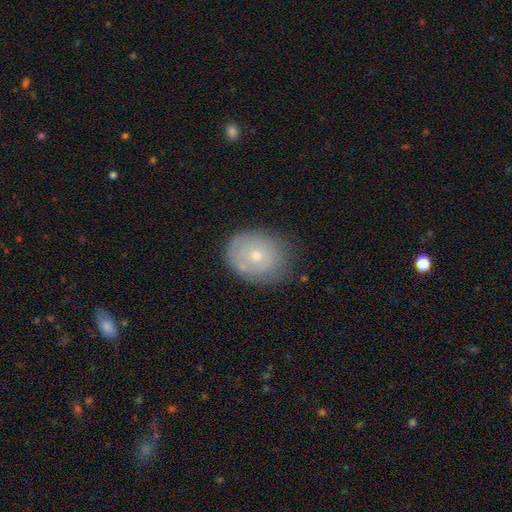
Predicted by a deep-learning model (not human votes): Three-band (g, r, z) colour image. It shows a smooth galaxy with no disk features (51%) that is in between round and cigar-shaped (56%). Merging: none (70%).